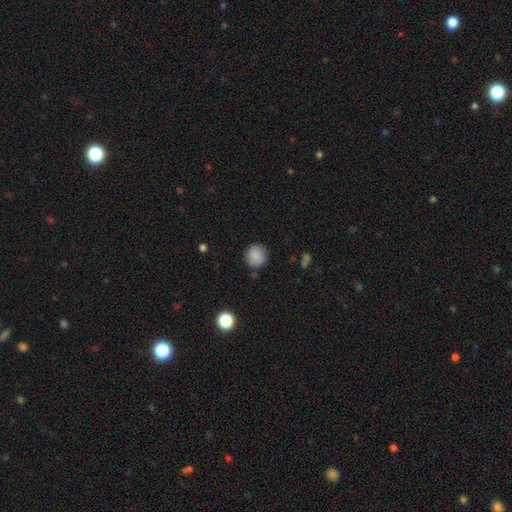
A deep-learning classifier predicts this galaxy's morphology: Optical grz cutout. It shows a smooth galaxy with no disk features (87%) that is round (91%). Merging: none (85%).